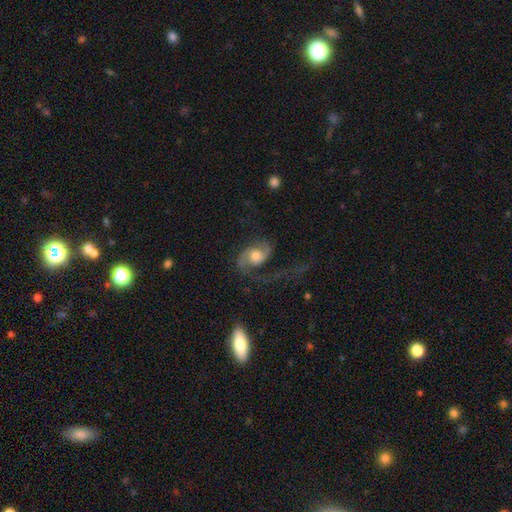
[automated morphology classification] smooth-or-featured: featured or disk: 75% | smooth: 18% | star or artifact: 7%
  disk-edge-on: no: 97% | yes: 3%
    bar: no: 68% | weak: 26% | strong: 5%
    has-spiral-arms: yes: 92% | no: 8%
      spiral-winding: loose: 52% | medium: 36% | tight: 12%
      spiral-arm-count: 2: 80% | 1: 12% | can't tell: 4% | 3: 2% | 4: 1% | more than 4: 1%
    bulge-size: moderate: 64% | large: 17% | small: 15% | none: 2% | dominant: 2%
  merging: major disturbance: 42% | none: 40% | minor disturbance: 16% | merger: 3%